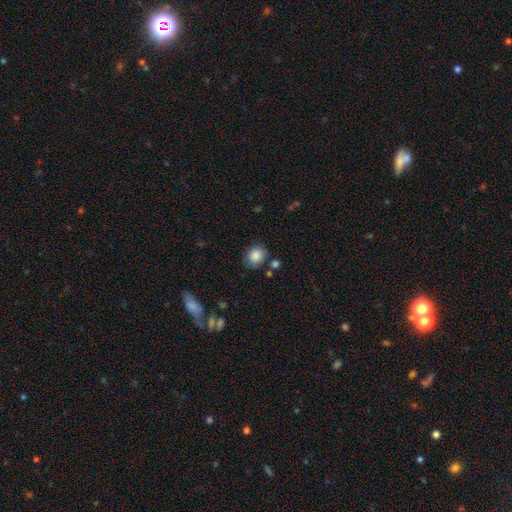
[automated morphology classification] This appears to be a smooth galaxy with no disk features (86%) that is round (72%). Merging: none (76%).